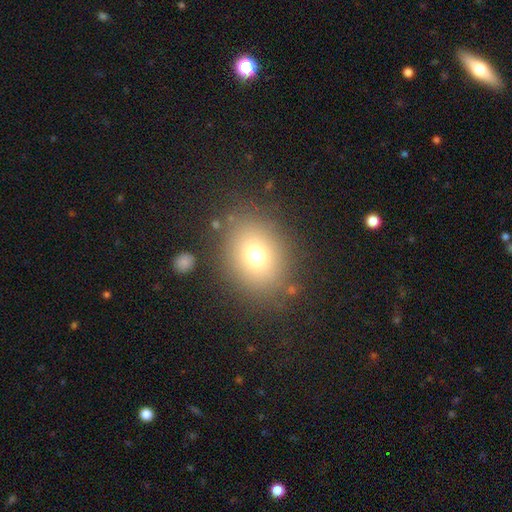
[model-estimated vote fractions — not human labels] A smooth galaxy with no disk features (72%) that is round (52%).

Vote fractions:
- Smooth or featured? smooth: 72% / star or artifact: 15% / featured or disk: 13%
- How rounded? round: 52% / in between: 47% / cigar-shaped: 1%
- Merging? none: 82% / minor disturbance: 10% / major disturbance: 5% / merger: 3%